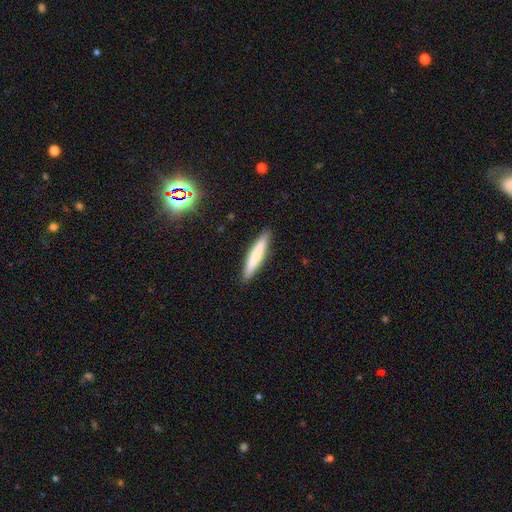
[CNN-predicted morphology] Smooth or featured? Predicted: smooth (p=0.70). How rounded? Predicted: cigar-shaped (p=0.92). Merging? Predicted: none (p=0.91).